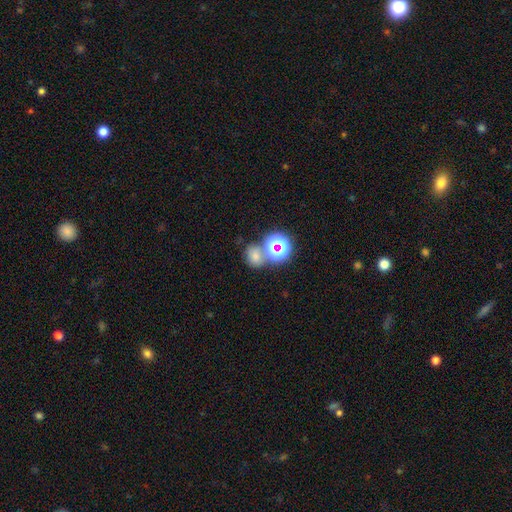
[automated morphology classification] The model was most divided on "merging": none: 57%, merger: 27%, minor disturbance: 11%, major disturbance: 5%. More confident: how rounded — round (66%); smooth or featured — smooth (63%).